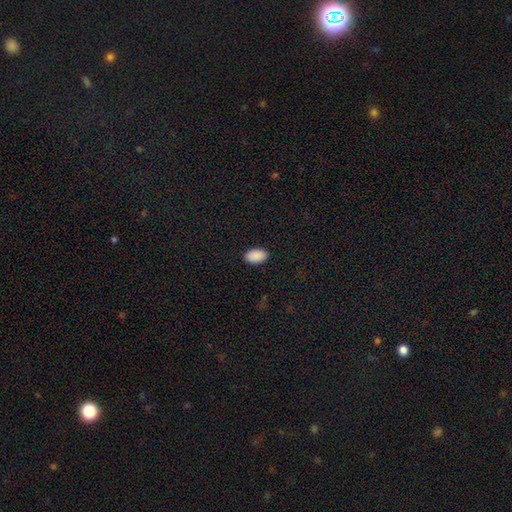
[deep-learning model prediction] Q: Smooth or featured?
A: smooth (91%); runner-up: star or artifact (7%)
Q: How rounded?
A: in between (93%); runner-up: round (5%)
Q: Merging?
A: none (90%); runner-up: minor disturbance (7%)